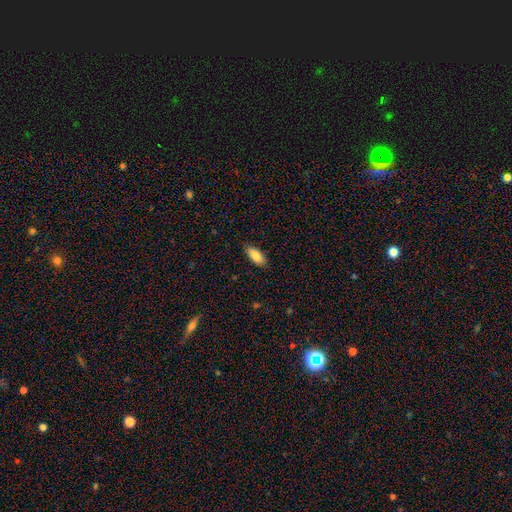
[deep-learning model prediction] A smooth galaxy with no disk features (84%) that is in between round and cigar-shaped (83%).

Vote fractions:
- Smooth or featured? smooth: 84% / featured or disk: 9% / star or artifact: 6%
- How rounded? in between: 83% / cigar-shaped: 15% / round: 2%
- Merging? none: 86% / minor disturbance: 11% / major disturbance: 2% / merger: 1%